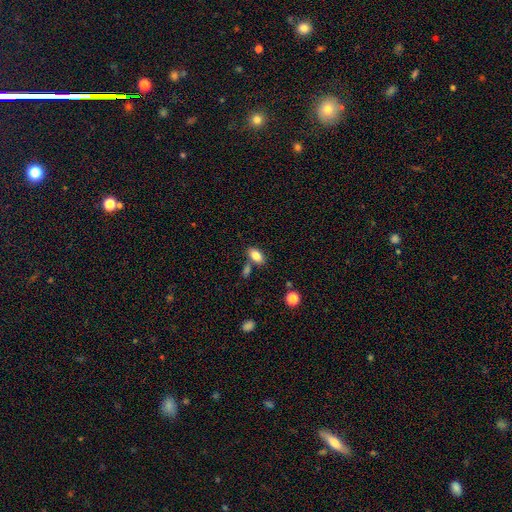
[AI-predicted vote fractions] This appears to be a smooth galaxy with no disk features (83%) that is in between round and cigar-shaped (90%). Merging: none (71%).